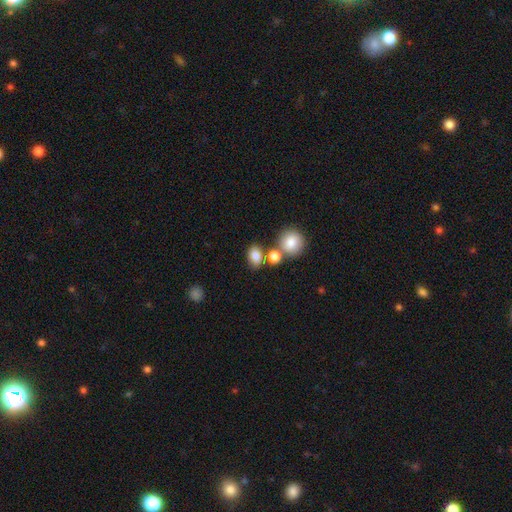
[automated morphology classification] Q: Smooth or featured?
A: smooth (82%); runner-up: star or artifact (10%)
Q: How rounded?
A: in between (66%); runner-up: round (33%)
Q: Merging?
A: none (61%); runner-up: merger (24%)